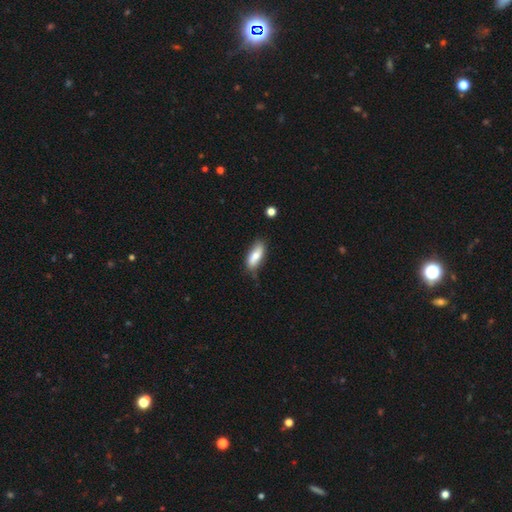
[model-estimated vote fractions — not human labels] The model was most divided on "smooth or featured": smooth: 66%, featured or disk: 27%, star or artifact: 7%. More confident: how rounded — in between (75%); merging — none (67%).